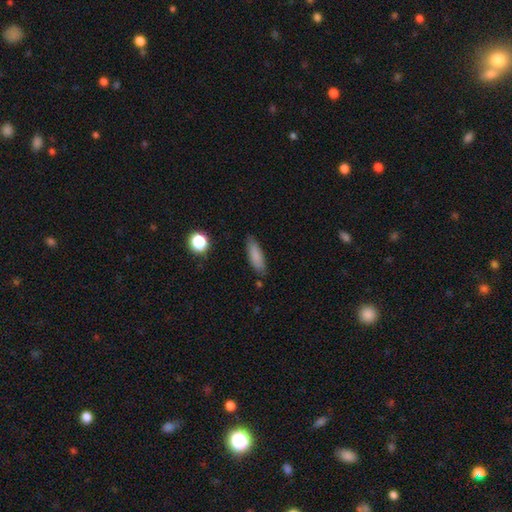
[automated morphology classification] Q: Smooth or featured?
A: smooth (83%); runner-up: featured or disk (9%)
Q: How rounded?
A: in between (50%); runner-up: cigar-shaped (48%)
Q: Merging?
A: none (81%); runner-up: minor disturbance (14%)